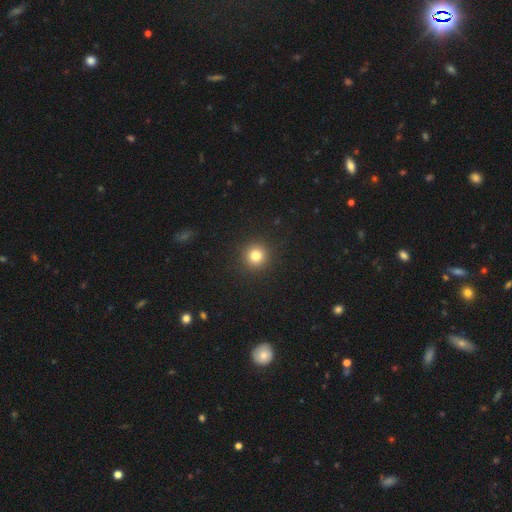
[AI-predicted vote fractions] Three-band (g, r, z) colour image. It shows a smooth galaxy with no disk features (81%) that is round (94%). Merging: none (92%).